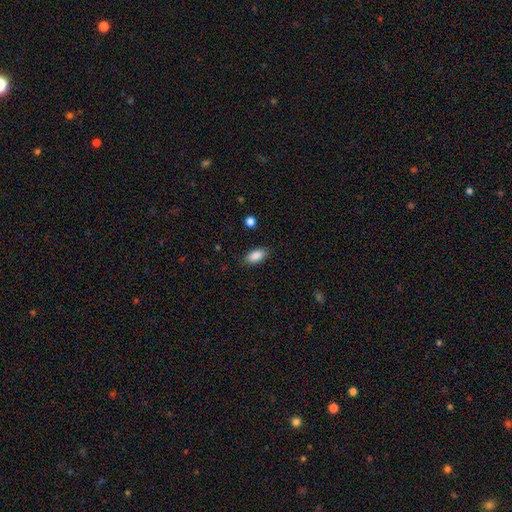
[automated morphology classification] smooth_or_featured: smooth (p=0.88) [alt: star or artifact p=0.07]
how_rounded: in between (p=0.92) [alt: cigar-shaped p=0.04]
merging: none (p=0.86) [alt: minor disturbance p=0.10]